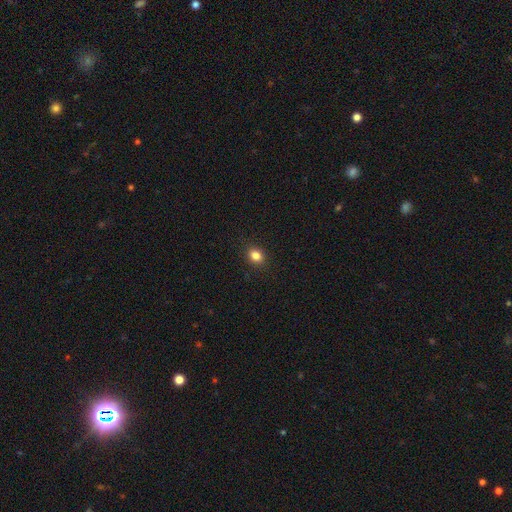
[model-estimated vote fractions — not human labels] Morphology: type=smooth (84%); roundness=round (50%); merging=none (90%).